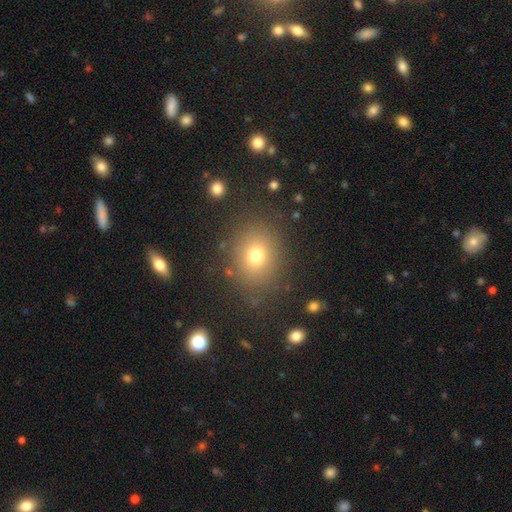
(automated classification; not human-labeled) Morphology: type=smooth (72%); roundness=round (64%); merging=none (85%).